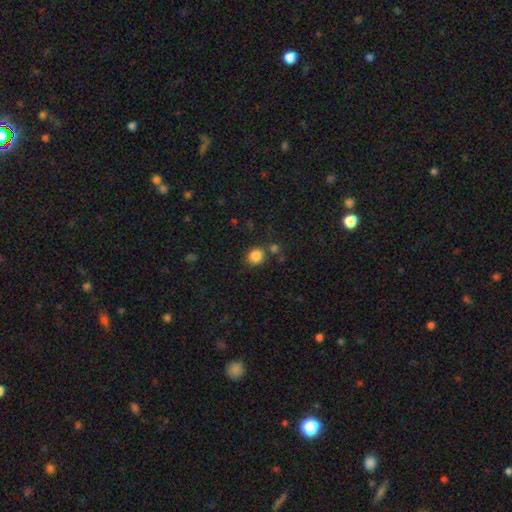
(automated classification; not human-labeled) A smooth galaxy with no disk features (85%) that is round (83%). Merging: none (77%).